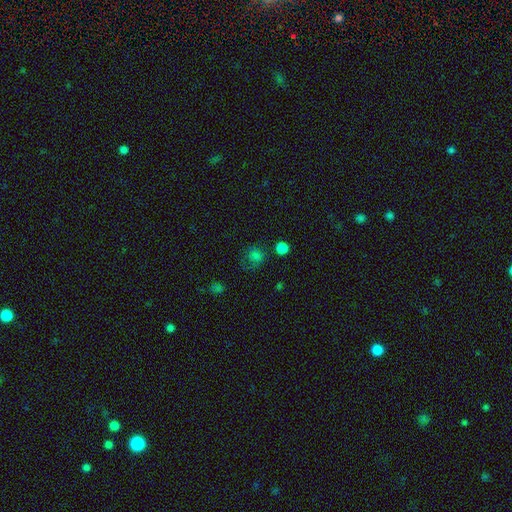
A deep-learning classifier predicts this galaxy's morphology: smooth-or-featured: smooth: 73% | star or artifact: 18% | featured or disk: 8%
  how-rounded: round: 82% | in between: 17% | cigar-shaped: 1%
  merging: none: 59% | minor disturbance: 21% | major disturbance: 14% | merger: 5%